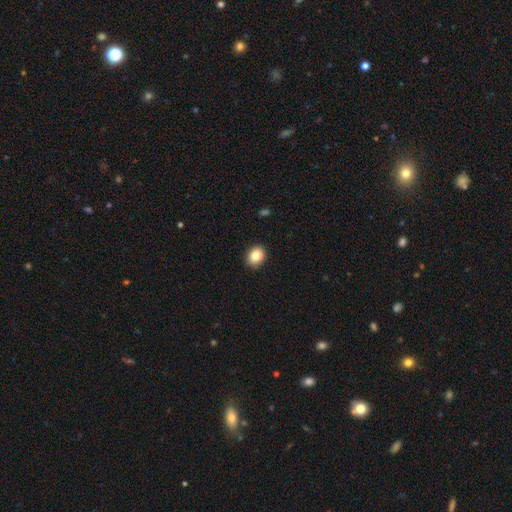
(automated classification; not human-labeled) A smooth galaxy with no disk features (84%) that is in between round and cigar-shaped (54%). Merging: none (89%).